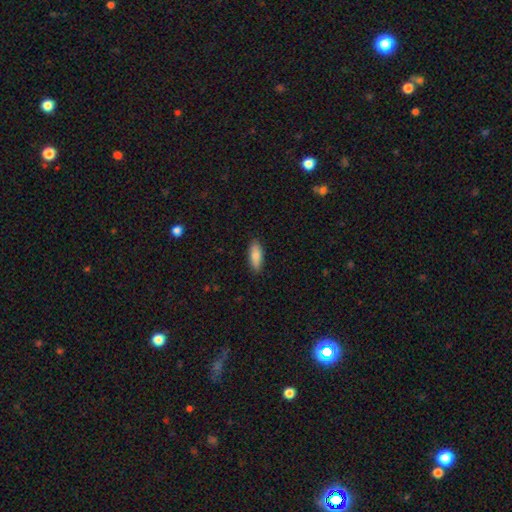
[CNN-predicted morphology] The model was most divided on "how rounded": in between: 75%, cigar-shaped: 23%, round: 2%. More confident: merging — none (88%); smooth or featured — smooth (84%).